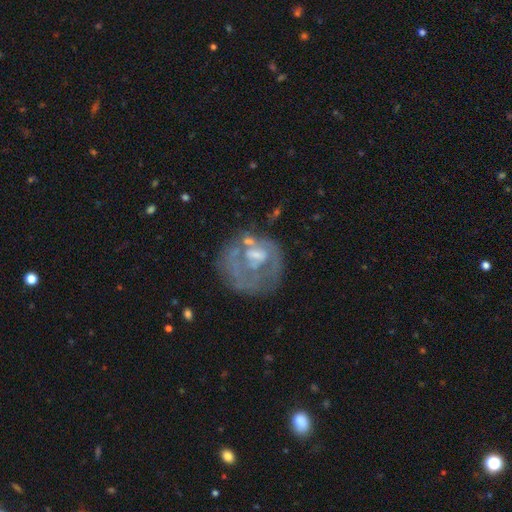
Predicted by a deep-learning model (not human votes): Overall: featured or disk (64%; smooth 26%). Edge-on disk: no (97%). Bar: no (66%; weak 26%). Spiral arms: no (70%). Bulge size: moderate (36%; none 31%). Merging: none (45%; major disturbance 28%).